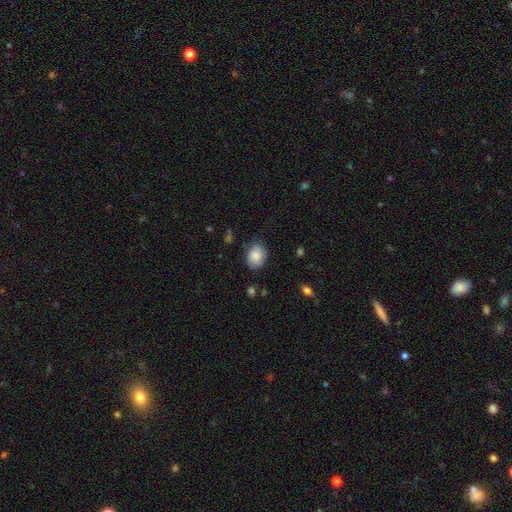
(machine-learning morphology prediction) Smooth or featured? Predicted: smooth (p=0.86). How rounded? Predicted: in between (p=0.60). Merging? Predicted: none (p=0.77).